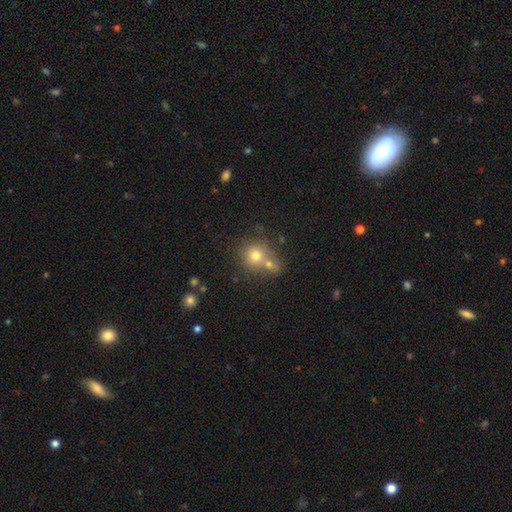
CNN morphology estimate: smooth-or-featured: smooth: 74% | featured or disk: 13% | star or artifact: 13%
  how-rounded: round: 86% | in between: 14% | cigar-shaped: 1%
  merging: none: 45% | merger: 43% | minor disturbance: 9% | major disturbance: 4%